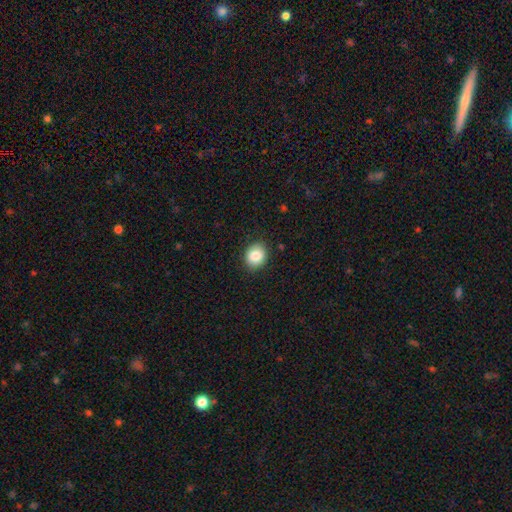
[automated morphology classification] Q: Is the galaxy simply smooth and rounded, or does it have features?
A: smooth — 85%.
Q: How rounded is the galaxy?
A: round — 63%.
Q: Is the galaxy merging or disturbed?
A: none — 89%.